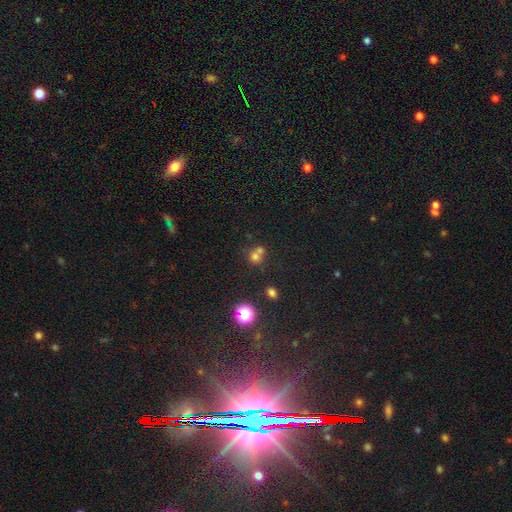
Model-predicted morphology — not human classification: Q: Smooth or featured?
A: smooth (66%); runner-up: star or artifact (20%)
Q: How rounded?
A: round (79%); runner-up: in between (20%)
Q: Merging?
A: merger (50%); runner-up: none (38%)